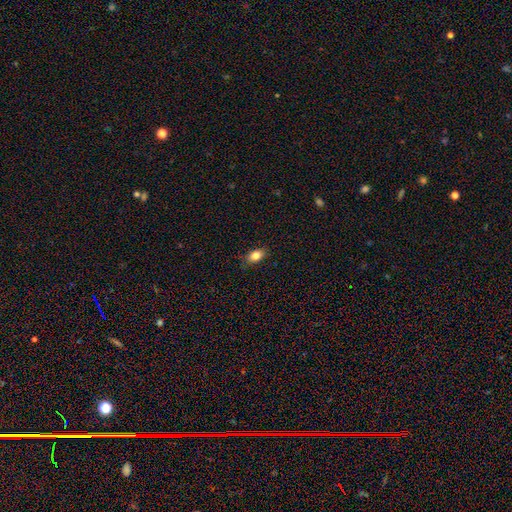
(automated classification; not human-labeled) smooth-or-featured: smooth: 82% | star or artifact: 9% | featured or disk: 9%
  how-rounded: in between: 84% | round: 12% | cigar-shaped: 4%
  merging: none: 84% | minor disturbance: 13% | major disturbance: 3% | merger: 1%